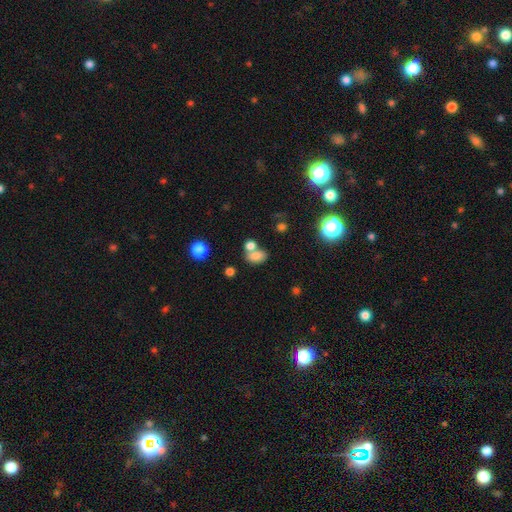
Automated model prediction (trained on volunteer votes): smooth-or-featured: smooth: 77% | star or artifact: 13% | featured or disk: 10%
  how-rounded: in between: 80% | round: 18% | cigar-shaped: 2%
  merging: none: 42% (tied) | merger: 42% (tied) | minor disturbance: 11% | major disturbance: 5%